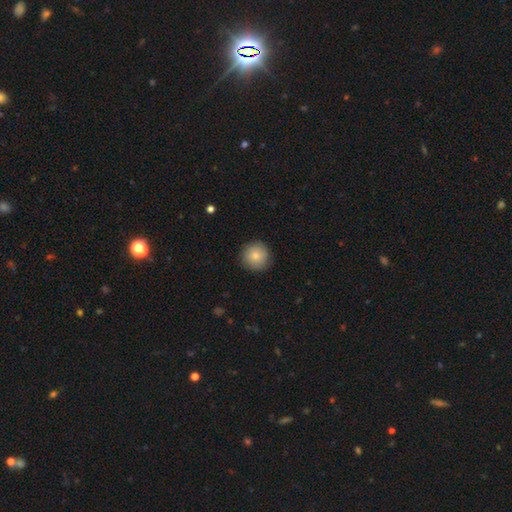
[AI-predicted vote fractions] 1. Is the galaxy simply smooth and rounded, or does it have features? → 81% smooth, 12% featured or disk, 7% star or artifact.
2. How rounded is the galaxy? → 95% round, 4% in between, 1% cigar-shaped.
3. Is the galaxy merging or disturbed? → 87% none, 9% minor disturbance, 2% major disturbance, 1% merger.